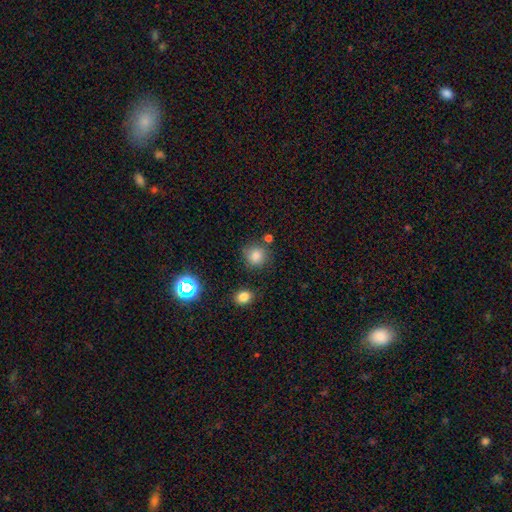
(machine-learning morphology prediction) A smooth galaxy with no disk features (82%) that is round (88%). Merging: none (77%).